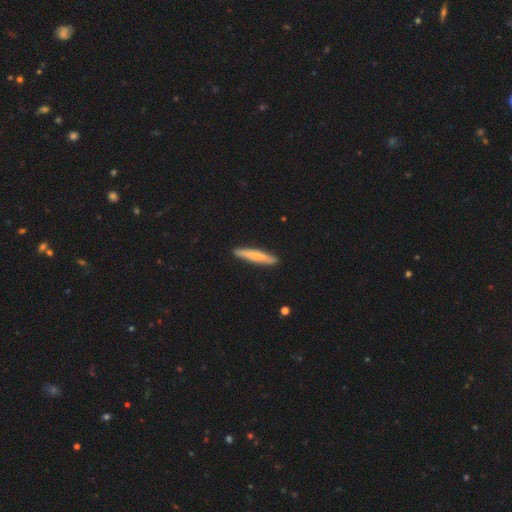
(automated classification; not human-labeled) Smooth or featured? Predicted: smooth (p=0.67). How rounded? Predicted: cigar-shaped (p=0.94). Merging? Predicted: none (p=0.90).